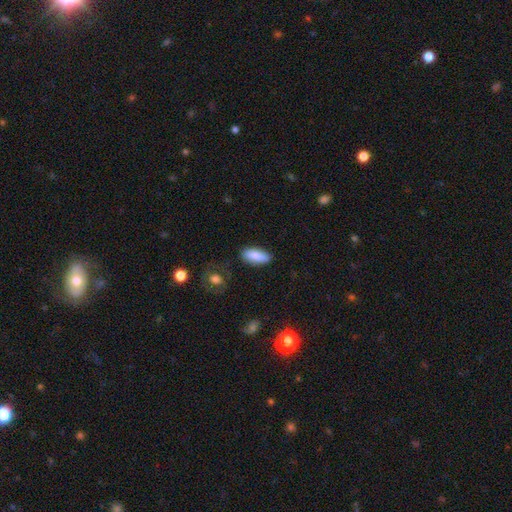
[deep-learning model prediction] Smooth or featured: smooth — 86% (featured or disk — 8%)
How rounded: in between — 79% (cigar-shaped — 19%)
Merging: none — 83% (minor disturbance — 12%)